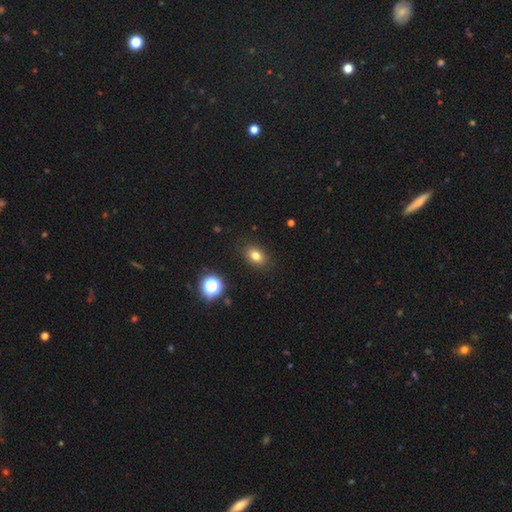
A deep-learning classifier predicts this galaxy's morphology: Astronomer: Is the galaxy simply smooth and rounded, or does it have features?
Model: smooth — 78%.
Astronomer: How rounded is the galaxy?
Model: in between — 66%.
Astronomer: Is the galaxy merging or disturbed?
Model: none — 88%.